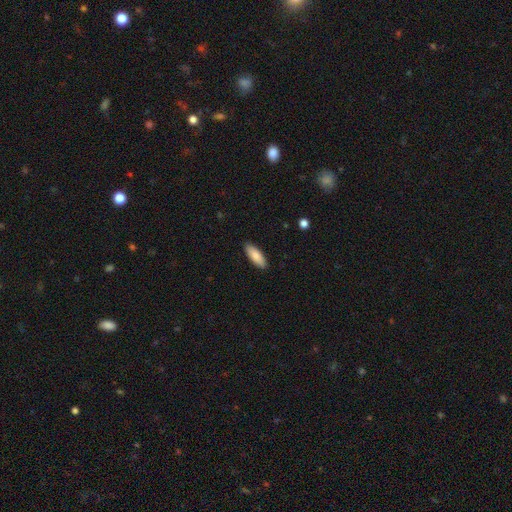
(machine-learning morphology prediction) Q: Smooth or featured?
A: smooth (84%); runner-up: featured or disk (10%)
Q: How rounded?
A: in between (68%); runner-up: cigar-shaped (30%)
Q: Merging?
A: none (90%); runner-up: minor disturbance (7%)